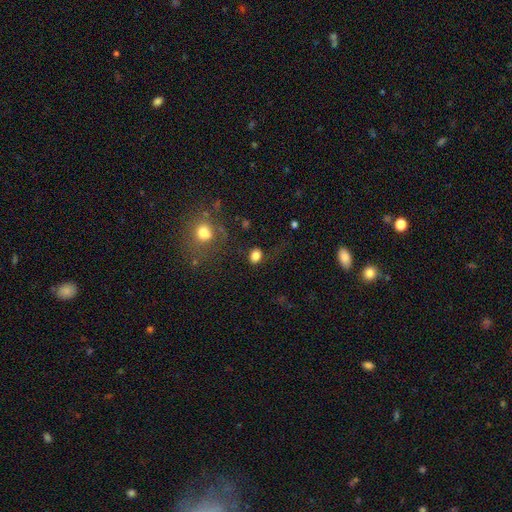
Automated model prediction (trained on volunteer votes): smooth 83%, star or artifact 11%, featured or disk 6%. Down the decision tree: how rounded — in between (57%); merging — none (77%).